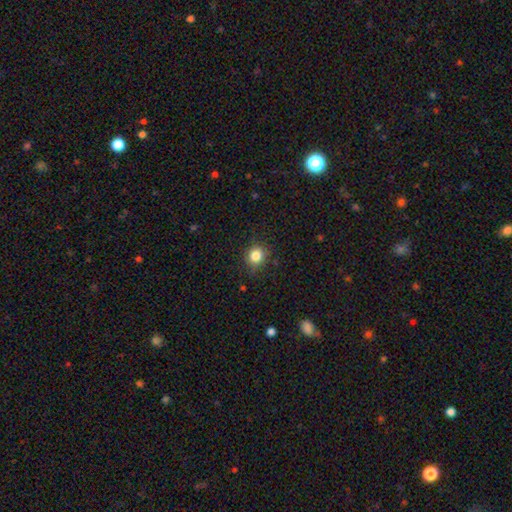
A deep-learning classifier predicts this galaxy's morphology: Q: Smooth or featured?
A: smooth (83%); runner-up: star or artifact (11%)
Q: How rounded?
A: round (84%); runner-up: in between (15%)
Q: Merging?
A: none (85%); runner-up: minor disturbance (12%)